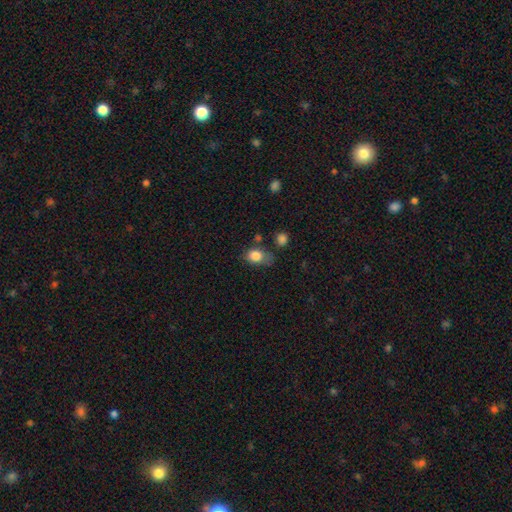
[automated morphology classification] Smooth or featured?
  - smooth: 83% *
  - star or artifact: 9%
  - featured or disk: 9%
How rounded?
  - in between: 65% *
  - round: 33%
  - cigar-shaped: 2%
Merging?
  - none: 44% *
  - minor disturbance: 32%
  - major disturbance: 15%
  - merger: 8%